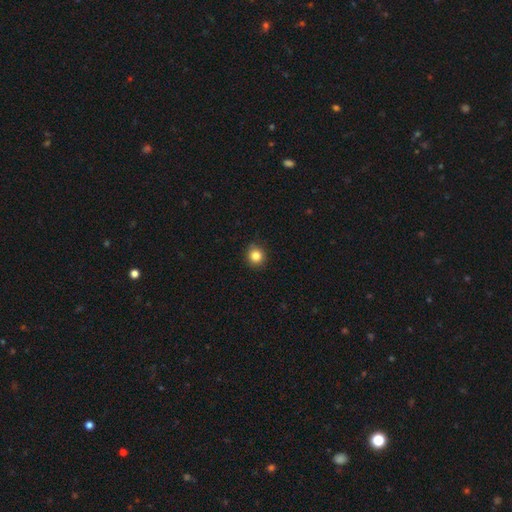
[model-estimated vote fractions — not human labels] Q: Smooth or featured?
A: smooth (84%); runner-up: star or artifact (11%)
Q: How rounded?
A: round (92%); runner-up: in between (8%)
Q: Merging?
A: none (90%); runner-up: minor disturbance (7%)